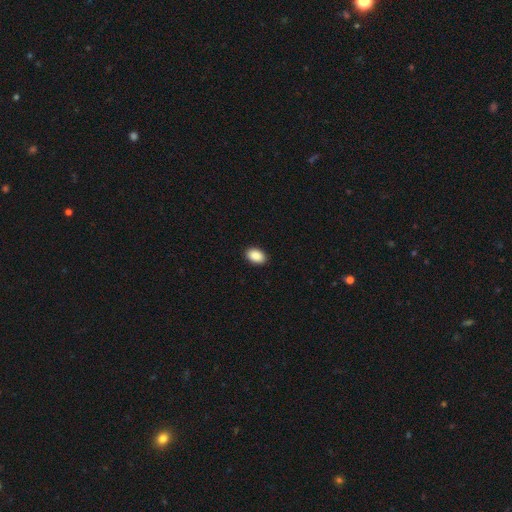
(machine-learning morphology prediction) A smooth galaxy with no disk features (90%) that is in between round and cigar-shaped (87%). Merging: none (91%).